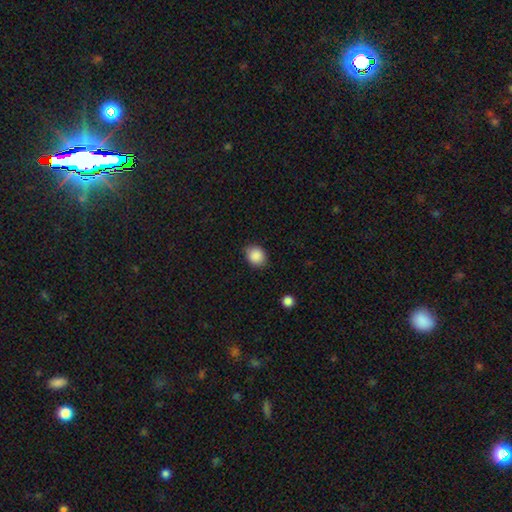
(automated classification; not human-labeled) The model was most divided on "how rounded": round: 69%, in between: 30%, cigar-shaped: 1%. More confident: smooth or featured — smooth (88%); merging — none (80%).